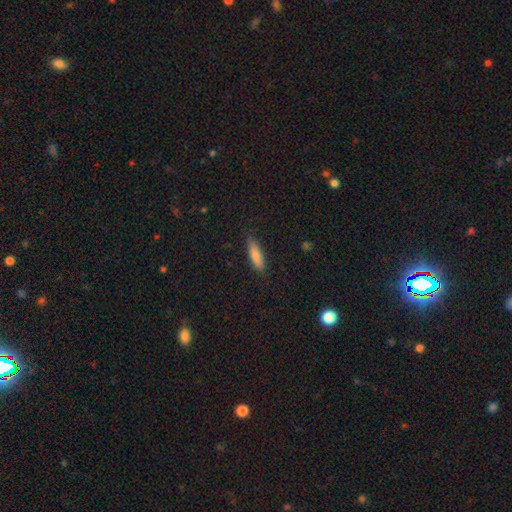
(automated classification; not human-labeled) Smooth or featured? Predicted: smooth (p=0.84). How rounded? Predicted: cigar-shaped (p=0.58). Merging? Predicted: none (p=0.85).